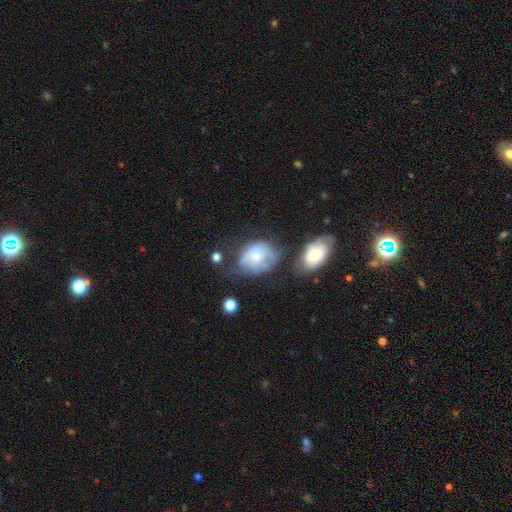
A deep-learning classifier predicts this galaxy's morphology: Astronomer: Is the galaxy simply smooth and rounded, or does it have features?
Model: smooth — 48% (runner-up: featured or disk, 43%).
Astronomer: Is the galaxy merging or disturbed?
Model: none — 31% (runner-up: minor disturbance, 28%).